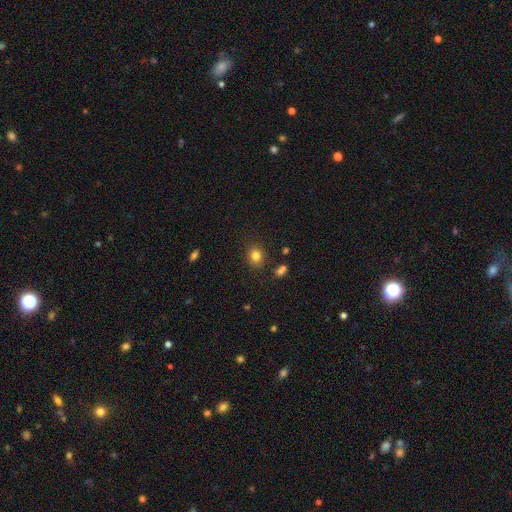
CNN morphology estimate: A smooth galaxy with no disk features (82%) that is round (61%).

Vote fractions:
- Smooth or featured? smooth: 82% / star or artifact: 12% / featured or disk: 6%
- How rounded? round: 61% / in between: 38% / cigar-shaped: 1%
- Merging? none: 84% / minor disturbance: 10% / merger: 3% / major disturbance: 3%